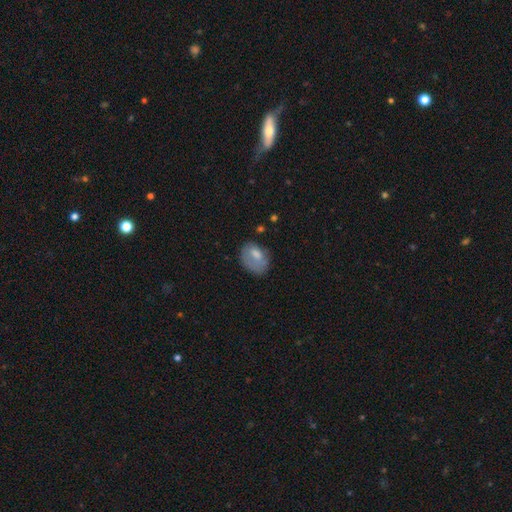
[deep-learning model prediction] This is likely a smooth galaxy (67%). How rounded: likely in between (70%). Merging: marginally none (43%).